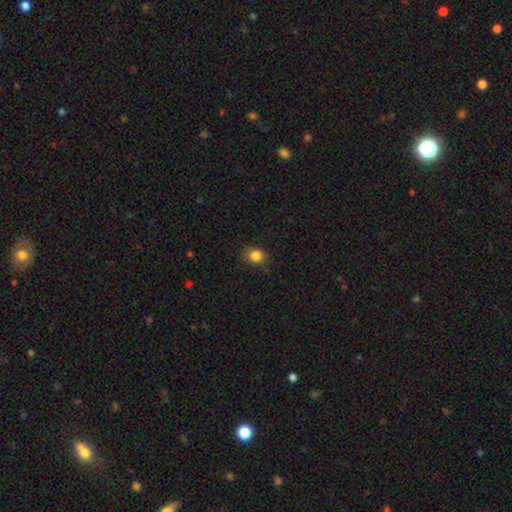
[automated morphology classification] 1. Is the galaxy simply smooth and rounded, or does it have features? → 84% smooth, 12% star or artifact, 4% featured or disk.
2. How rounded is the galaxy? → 71% round, 28% in between, 1% cigar-shaped.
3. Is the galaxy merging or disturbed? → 86% none, 10% minor disturbance, 3% major disturbance, 1% merger.